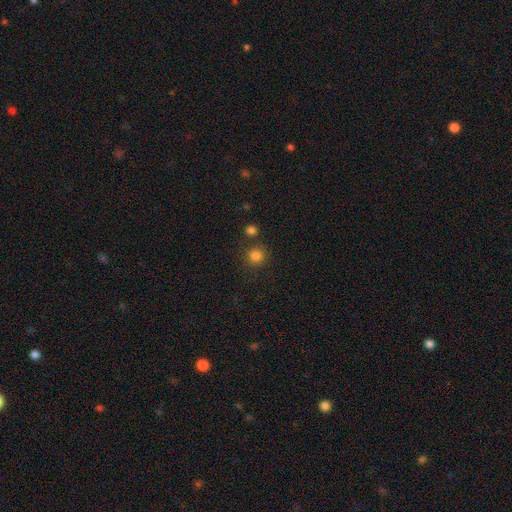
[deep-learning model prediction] Q: Smooth or featured?
A: smooth (81%); runner-up: star or artifact (14%)
Q: How rounded?
A: round (92%); runner-up: in between (7%)
Q: Merging?
A: none (80%); runner-up: merger (9%)